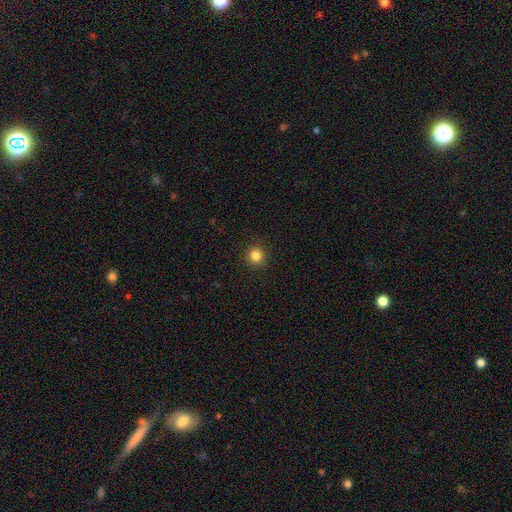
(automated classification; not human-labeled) Smooth or featured? Predicted: smooth (p=0.84). How rounded? Predicted: round (p=0.95). Merging? Predicted: none (p=0.93).